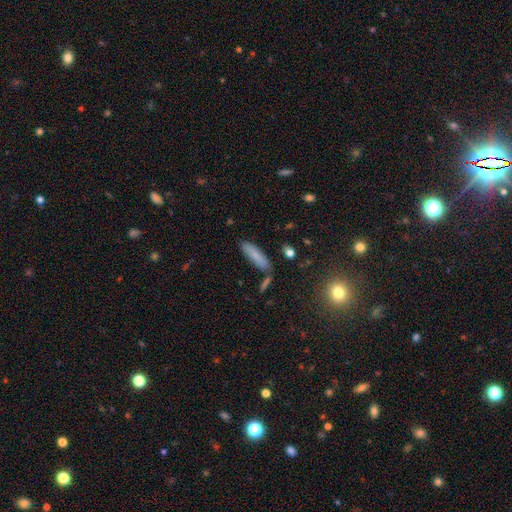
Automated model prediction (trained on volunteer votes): Smooth or featured? smooth (79%)
How rounded? cigar-shaped (70%)
Merging? none (79%)